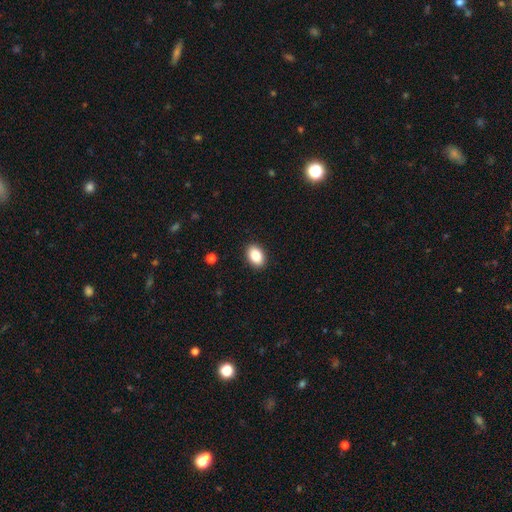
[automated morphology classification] Smooth or featured: smooth — 84% (star or artifact — 8%)
How rounded: in between — 85% (round — 14%)
Merging: none — 90% (minor disturbance — 7%)